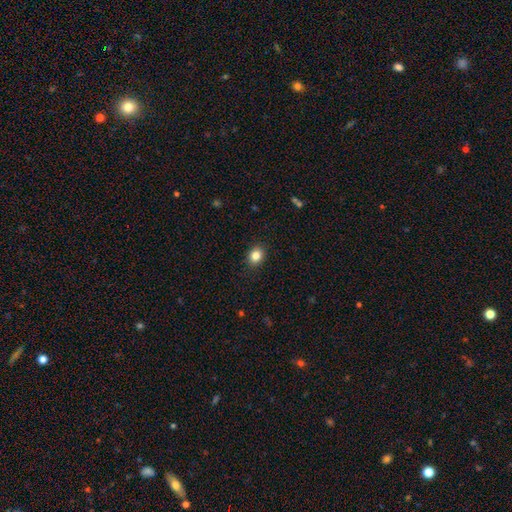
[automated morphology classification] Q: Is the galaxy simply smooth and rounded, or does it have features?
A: smooth — 84%.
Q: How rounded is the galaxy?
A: round — 55%.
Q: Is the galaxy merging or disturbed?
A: none — 90%.